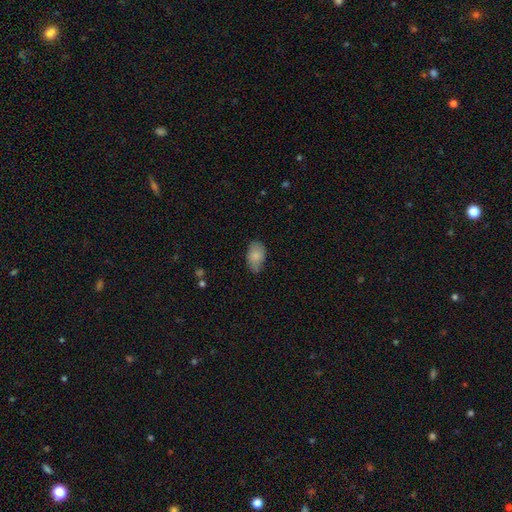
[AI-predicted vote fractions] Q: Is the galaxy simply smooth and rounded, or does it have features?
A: smooth — 82%.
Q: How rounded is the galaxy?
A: in between — 90%.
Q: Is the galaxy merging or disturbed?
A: none — 62%.